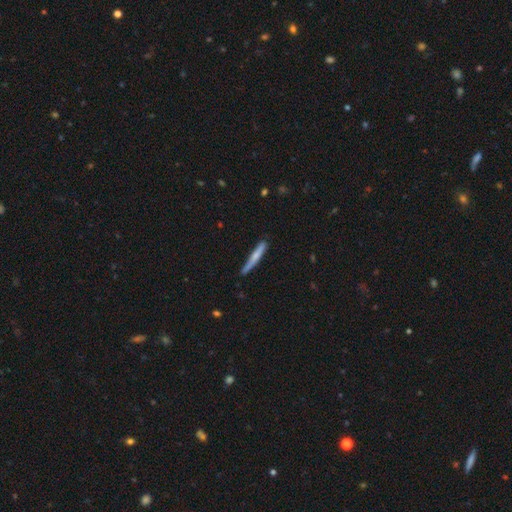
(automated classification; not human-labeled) Morphology: type=smooth (61%); roundness=cigar-shaped (95%); merging=none (76%).